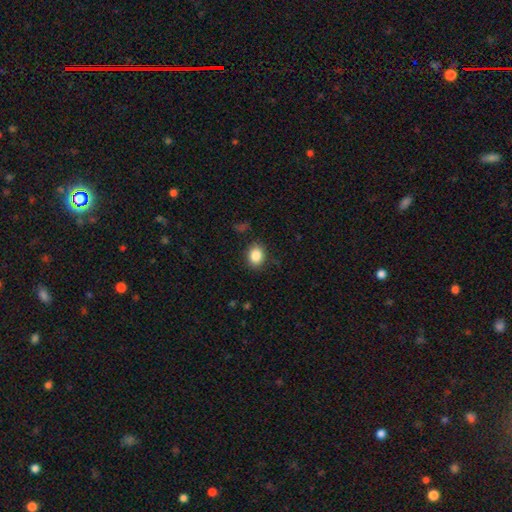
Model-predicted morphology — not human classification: Smooth or featured? Predicted: smooth (p=0.86). How rounded? Predicted: round (p=0.51). Merging? Predicted: none (p=0.84).